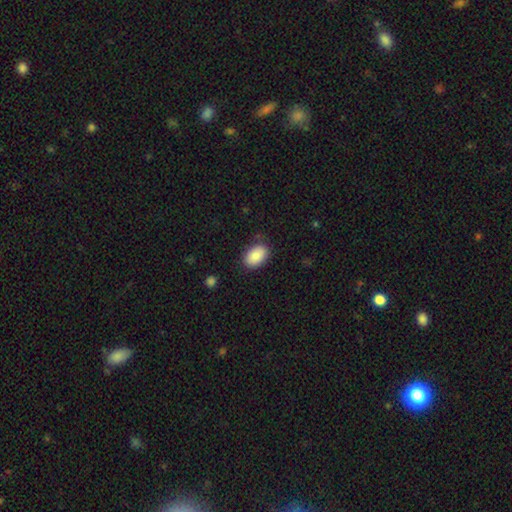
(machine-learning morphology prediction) smooth_or_featured: smooth (p=0.87) [alt: star or artifact p=0.07]
how_rounded: in between (p=0.89) [alt: round p=0.10]
merging: none (p=0.81) [alt: minor disturbance p=0.14]